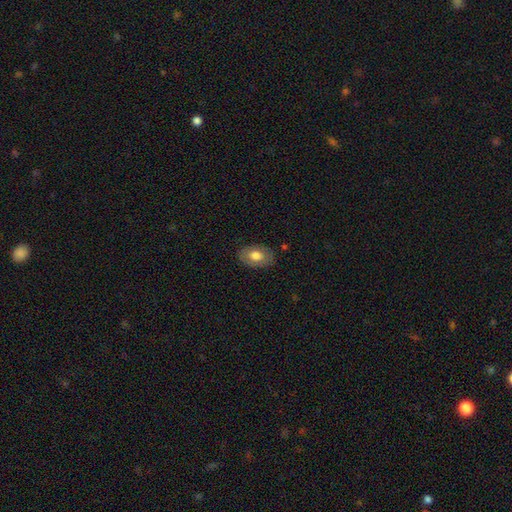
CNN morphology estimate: Q: Smooth or featured?
A: smooth (71%); runner-up: featured or disk (23%)
Q: How rounded?
A: in between (88%); runner-up: round (11%)
Q: Merging?
A: none (83%); runner-up: minor disturbance (12%)